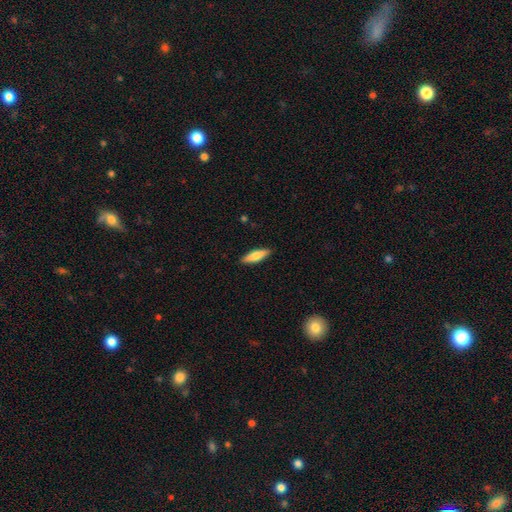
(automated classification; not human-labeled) Smooth or featured? smooth (74%)
How rounded? cigar-shaped (60%)
Merging? none (89%)